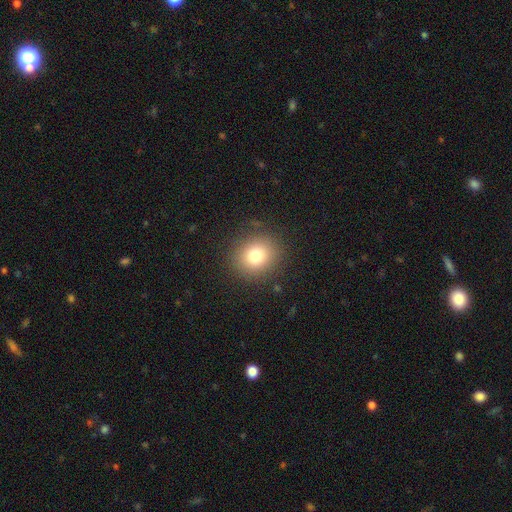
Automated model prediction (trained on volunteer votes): Q: Smooth or featured?
A: smooth (79%); runner-up: star or artifact (12%)
Q: How rounded?
A: round (82%); runner-up: in between (17%)
Q: Merging?
A: none (87%); runner-up: minor disturbance (8%)